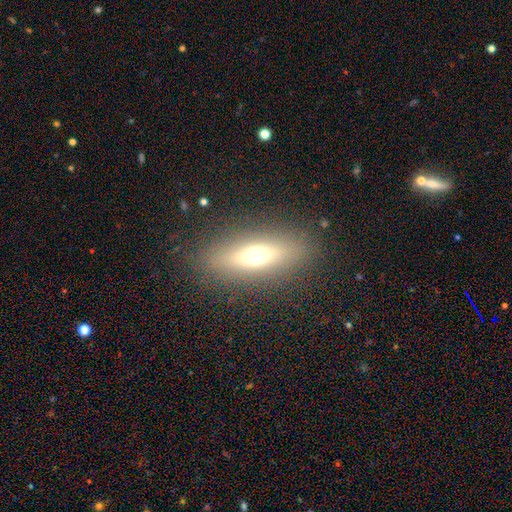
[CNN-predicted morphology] The model was most divided on "how rounded": cigar-shaped: 49%, in between: 47%, round: 4%. More confident: merging — none (87%); smooth or featured — smooth (54%).